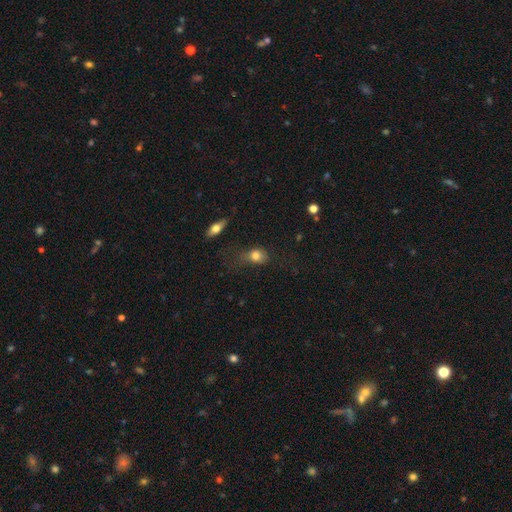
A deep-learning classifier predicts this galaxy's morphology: Smooth or featured? Predicted: smooth (p=0.79). How rounded? Predicted: in between (p=0.59). Merging? Predicted: none (p=0.37).